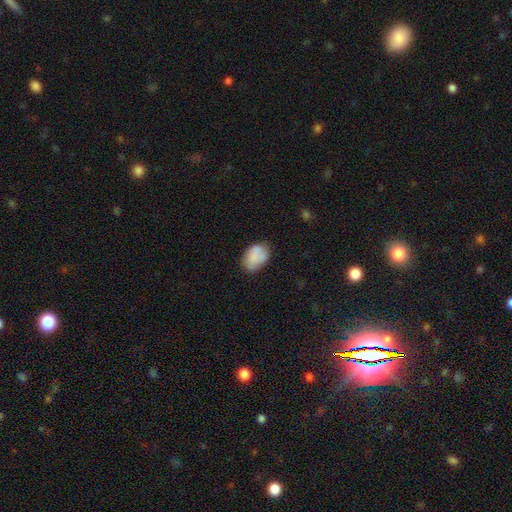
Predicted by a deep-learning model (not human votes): Smooth or featured? Predicted: smooth (p=0.82). How rounded? Predicted: in between (p=0.83). Merging? Predicted: none (p=0.67).